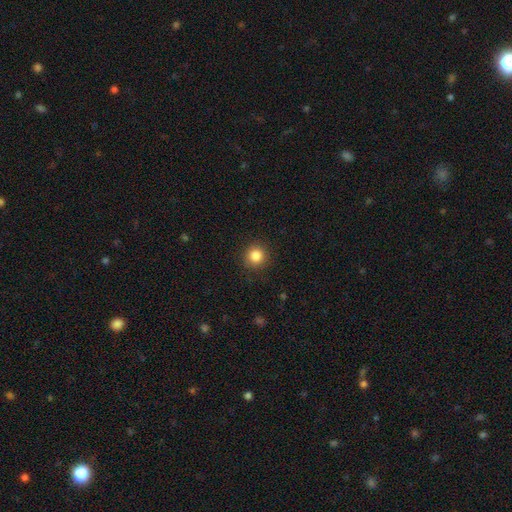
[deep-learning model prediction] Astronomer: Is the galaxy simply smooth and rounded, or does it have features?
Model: smooth — 85%.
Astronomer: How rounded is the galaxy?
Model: round — 93%.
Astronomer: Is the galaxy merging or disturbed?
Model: none — 90%.